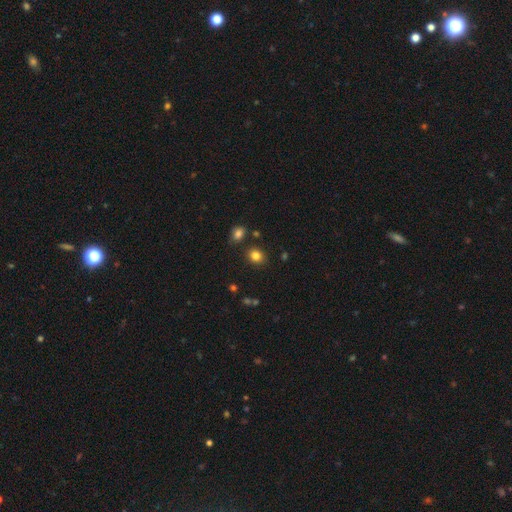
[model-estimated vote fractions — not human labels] Q: Smooth or featured?
A: smooth (83%); runner-up: star or artifact (12%)
Q: How rounded?
A: round (65%); runner-up: in between (34%)
Q: Merging?
A: none (84%); runner-up: minor disturbance (9%)